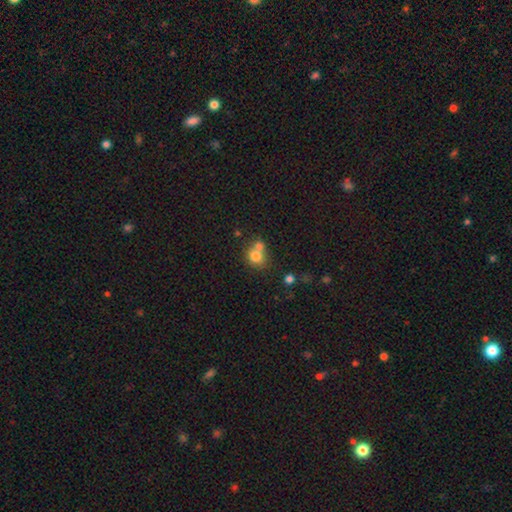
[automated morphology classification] A smooth galaxy with no disk features (76%) that is round (76%).

Vote fractions:
- Smooth or featured? smooth: 76% / featured or disk: 12% / star or artifact: 12%
- How rounded? round: 76% / in between: 24% / cigar-shaped: 1%
- Merging? merger: 49% / none: 39% / minor disturbance: 9% / major disturbance: 4%